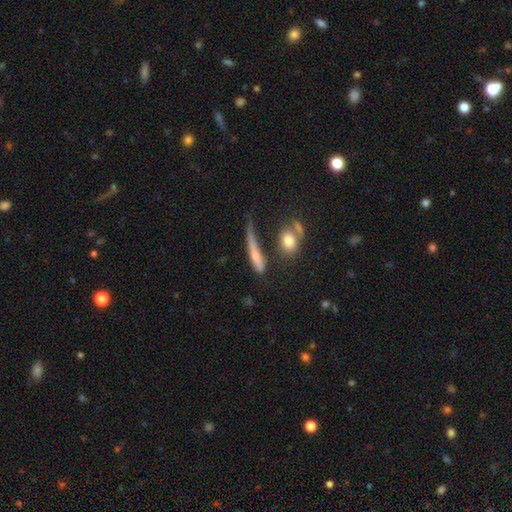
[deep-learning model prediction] Smooth or featured: smooth — 61% (featured or disk — 29%)
How rounded: cigar-shaped — 76% (in between — 19%)
Merging: none — 42% (minor disturbance — 25%)